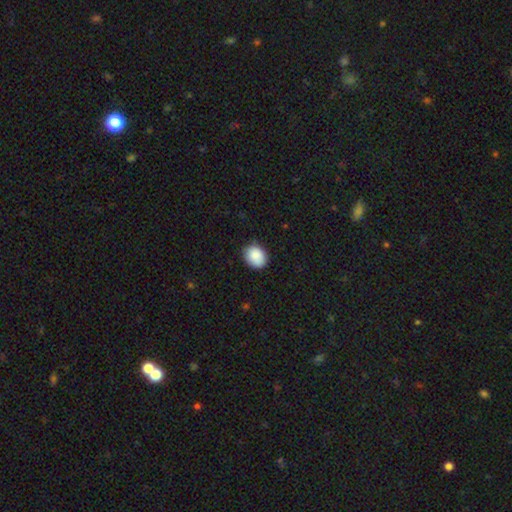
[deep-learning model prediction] Smooth or featured: smooth — 89% (star or artifact — 8%)
How rounded: round — 53% (in between — 46%)
Merging: none — 81% (minor disturbance — 16%)